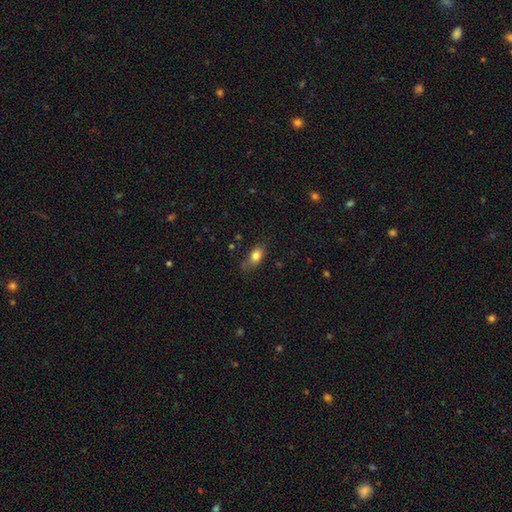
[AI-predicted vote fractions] Morphology: type=smooth (81%); roundness=in between (81%); merging=none (61%).